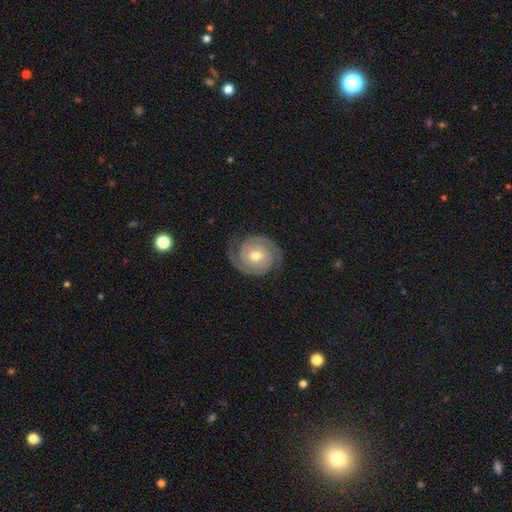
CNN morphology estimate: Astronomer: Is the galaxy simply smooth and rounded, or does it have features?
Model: featured or disk — 89%.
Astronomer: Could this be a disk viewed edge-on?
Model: no — 98%.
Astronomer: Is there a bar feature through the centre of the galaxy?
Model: no — 63%.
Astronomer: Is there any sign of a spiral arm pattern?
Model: yes — 98%.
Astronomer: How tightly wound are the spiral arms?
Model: tight — 73%.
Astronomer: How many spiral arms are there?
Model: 2 — 93%.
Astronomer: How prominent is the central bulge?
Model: moderate — 71%.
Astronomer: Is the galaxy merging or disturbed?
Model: none — 85%.